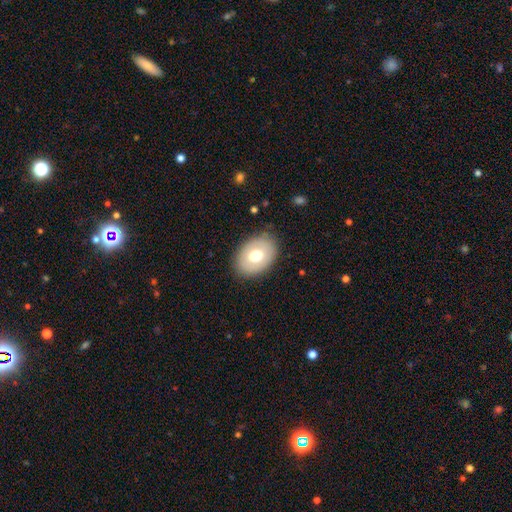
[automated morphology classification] This appears to be a smooth galaxy with no disk features (66%) that is in between round and cigar-shaped (77%). Merging: none (83%).